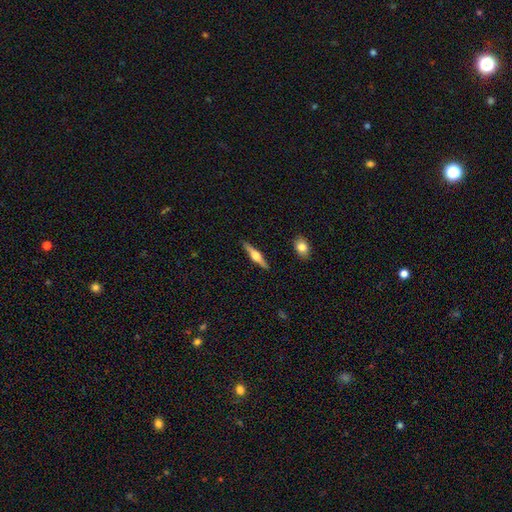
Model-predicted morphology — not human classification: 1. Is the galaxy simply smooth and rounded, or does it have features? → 73% featured or disk, 21% smooth, 5% star or artifact.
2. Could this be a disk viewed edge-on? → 98% yes, 2% no.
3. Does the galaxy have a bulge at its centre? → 93% rounded, 5% boxy, 2% none.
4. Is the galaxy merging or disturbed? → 90% none, 7% minor disturbance, 2% major disturbance, 1% merger.